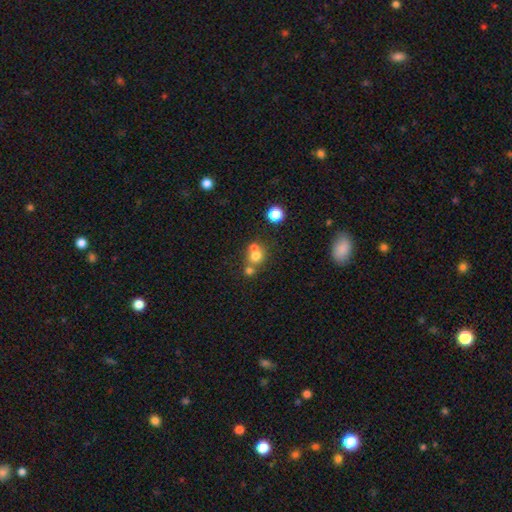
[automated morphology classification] This is likely a smooth galaxy (69%). How rounded: clearly round (83%). Merging: possibly merger (51%).